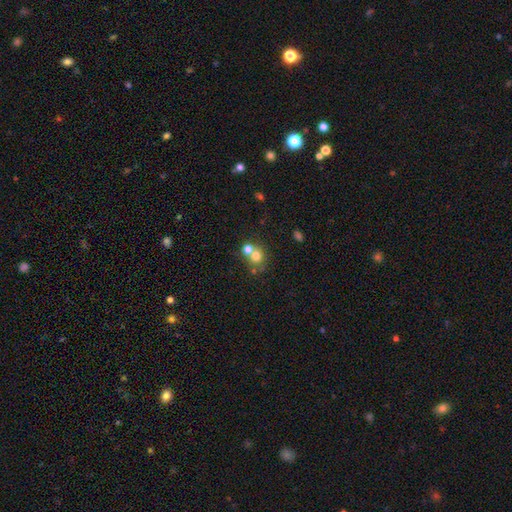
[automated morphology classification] The model was most divided on "merging": merger: 46%, none: 44%, minor disturbance: 7%, major disturbance: 4%. More confident: how rounded — round (83%); smooth or featured — smooth (70%).